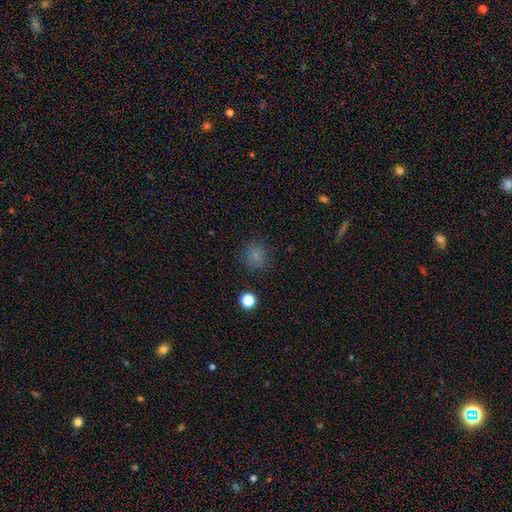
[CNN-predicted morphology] smooth-or-featured: smooth: 77% | star or artifact: 17% | featured or disk: 6%
  how-rounded: round: 86% | in between: 13% | cigar-shaped: 1%
  merging: none: 85% | minor disturbance: 10% | major disturbance: 4% | merger: 2%